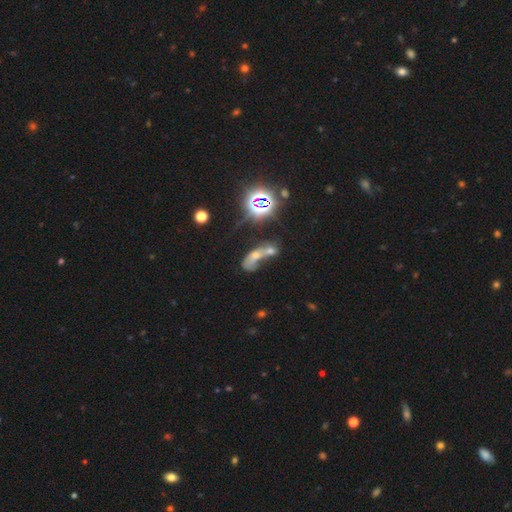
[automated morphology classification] A star or artifact, not a galaxy (36%).

Vote fractions:
- Smooth or featured? star or artifact: 36% / smooth: 33% / featured or disk: 31%